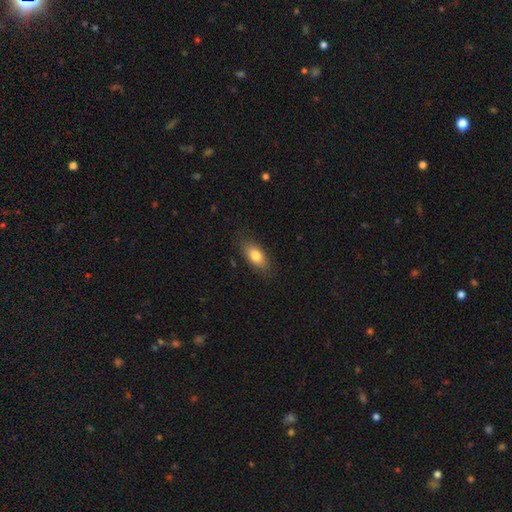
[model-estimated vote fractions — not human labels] This appears to be a smooth galaxy with no disk features (79%) that is in between round and cigar-shaped (85%). Merging: none (82%).